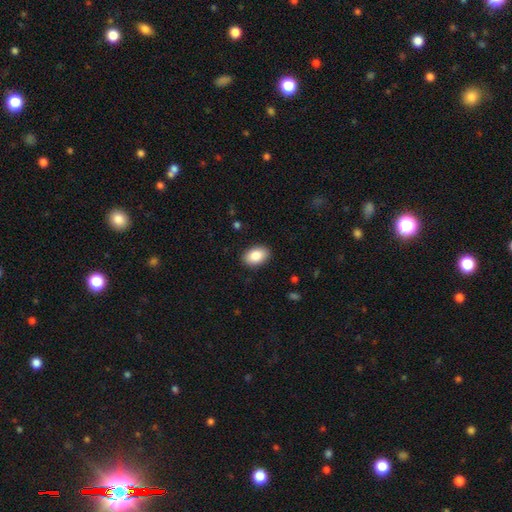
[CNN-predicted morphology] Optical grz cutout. It shows a smooth galaxy with no disk features (86%) that is in between round and cigar-shaped (89%). Merging: none (89%).